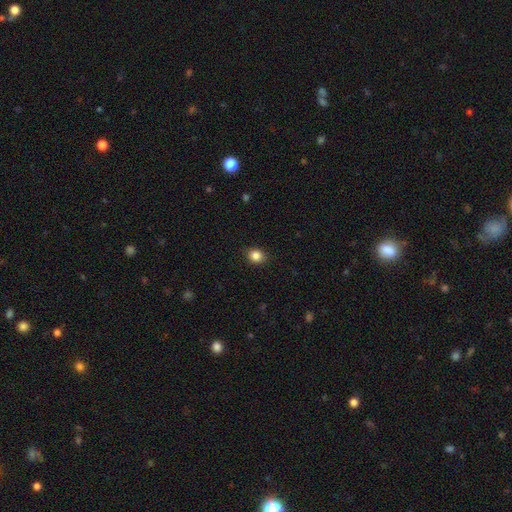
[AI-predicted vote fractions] Smooth or featured? Predicted: smooth (p=0.85). How rounded? Predicted: round (p=0.66). Merging? Predicted: none (p=0.89).